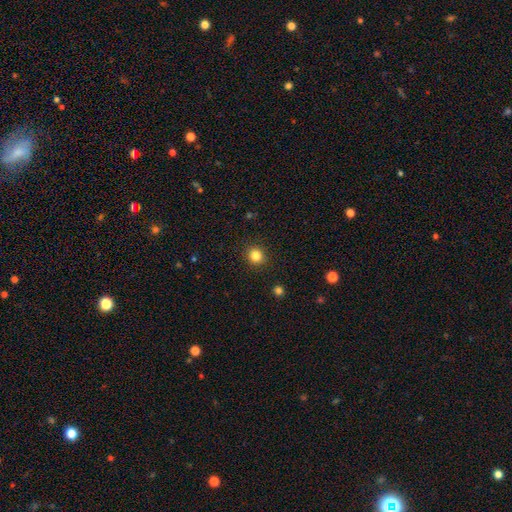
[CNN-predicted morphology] Smooth or featured? smooth (83%)
How rounded? round (88%)
Merging? none (91%)